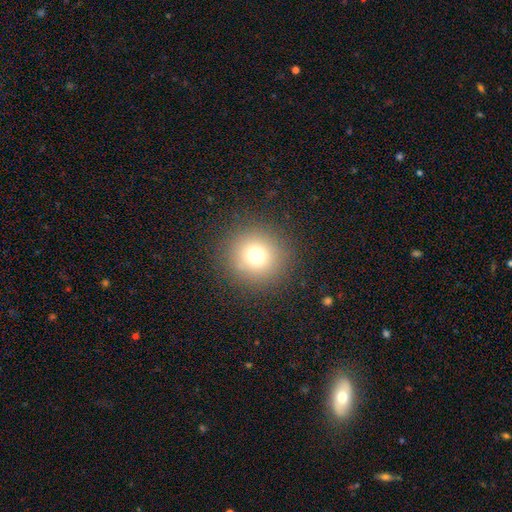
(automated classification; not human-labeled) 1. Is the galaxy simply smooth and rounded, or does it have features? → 72% smooth, 17% star or artifact, 10% featured or disk.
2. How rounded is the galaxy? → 95% round, 4% in between, 1% cigar-shaped.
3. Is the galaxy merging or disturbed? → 90% none, 6% minor disturbance, 3% major disturbance, 1% merger.